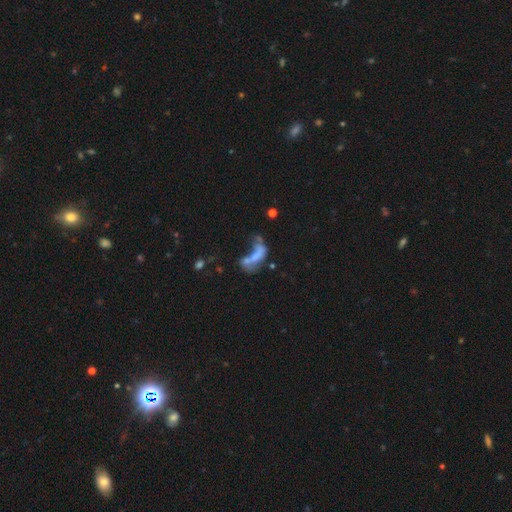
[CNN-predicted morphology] smooth 43%, featured or disk 42%, star or artifact 15%. Down the decision tree: merging — merger (45%).